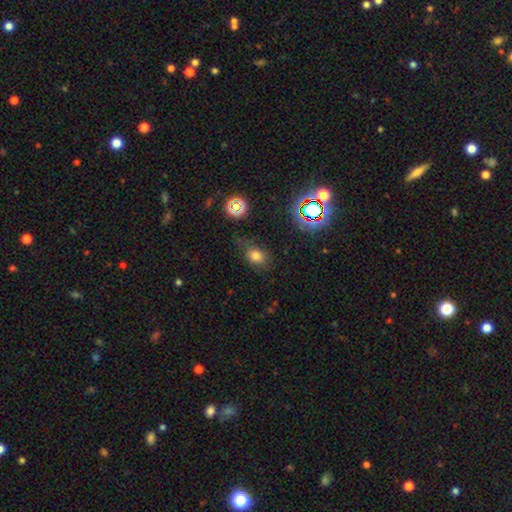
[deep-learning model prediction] Morphology: type=smooth (71%); roundness=in between (61%); merging=none (64%).